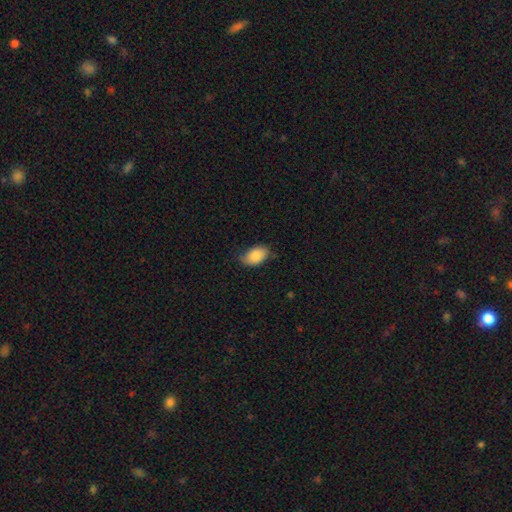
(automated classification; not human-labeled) Overall: smooth (86%). How rounded: in between (92%). Merging: none (70%).